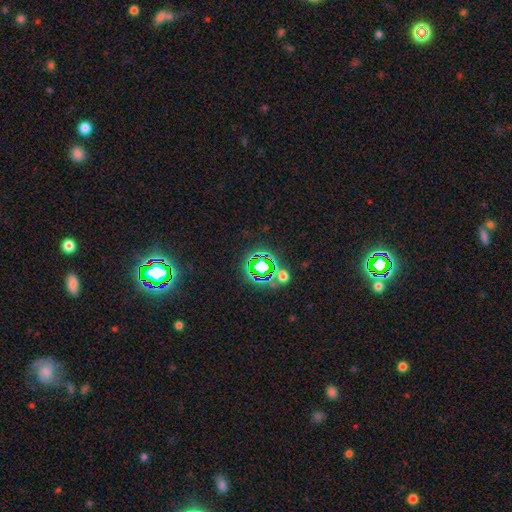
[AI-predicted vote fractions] Smooth or featured?
  - star or artifact: 71% *
  - smooth: 19%
  - featured or disk: 10%